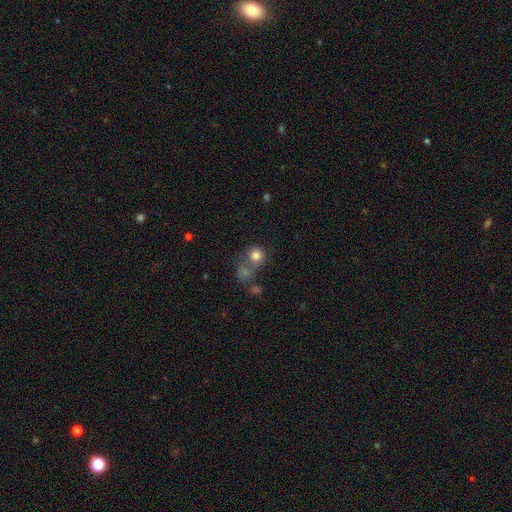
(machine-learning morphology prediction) This appears to be a smooth galaxy with no disk features (79%) that is round (85%). Merging: none (46%).